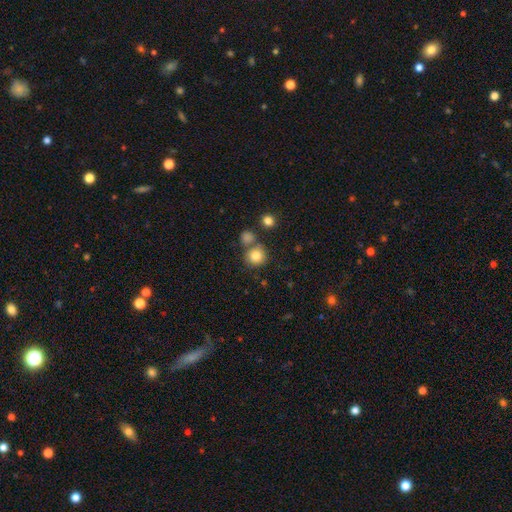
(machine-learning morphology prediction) Q: Smooth or featured?
A: smooth (82%); runner-up: star or artifact (11%)
Q: How rounded?
A: round (90%); runner-up: in between (9%)
Q: Merging?
A: none (67%); runner-up: merger (20%)